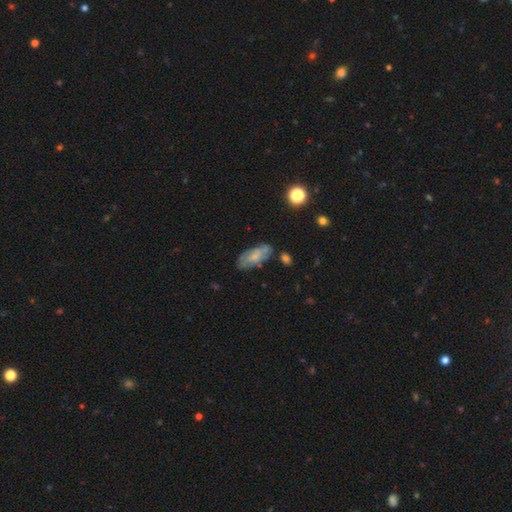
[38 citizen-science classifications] smooth-or-featured: featured or disk: 68% | smooth: 29% | star or artifact: 3%
  disk-edge-on: no: 96% | yes: 4%
    bar: no: 72% | weak: 28% | strong: 0%
    has-spiral-arms: yes: 80% | no: 20%
      spiral-winding: medium: 45% | tight: 40% | loose: 15%
      spiral-arm-count: can't tell: 75% | 2: 15% | 1: 5% | 4: 5% | 3: 0% | more than 4: 0%
    bulge-size: small: 80% | moderate: 16% | none: 4% | dominant: 0% | large: 0%
  merging: none: 76% | minor disturbance: 16% | major disturbance: 5% | merger: 3%